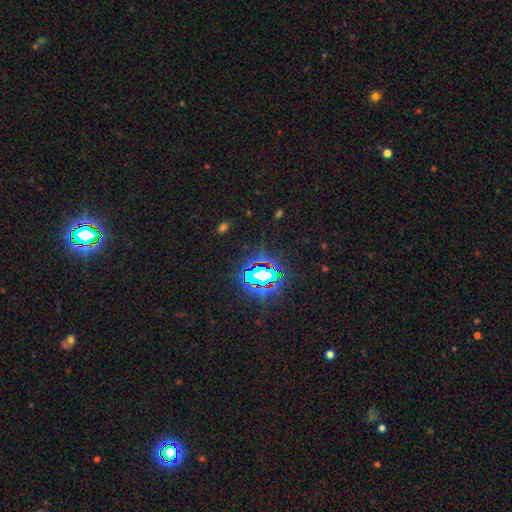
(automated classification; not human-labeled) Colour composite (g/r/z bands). It shows a star or artifact, not a galaxy (81%).